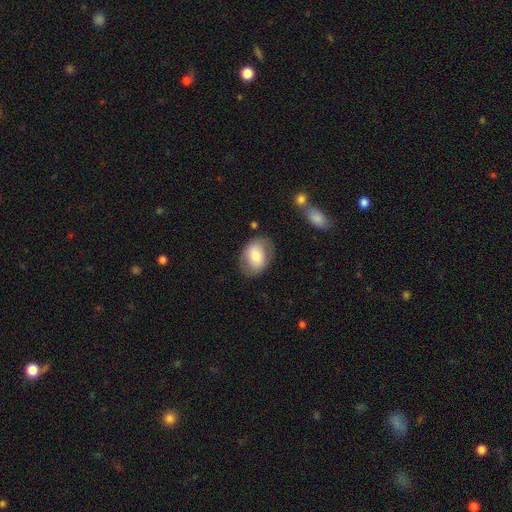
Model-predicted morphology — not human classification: This is likely a smooth galaxy (69%). How rounded: likely in between (73%). Merging: likely none (74%).